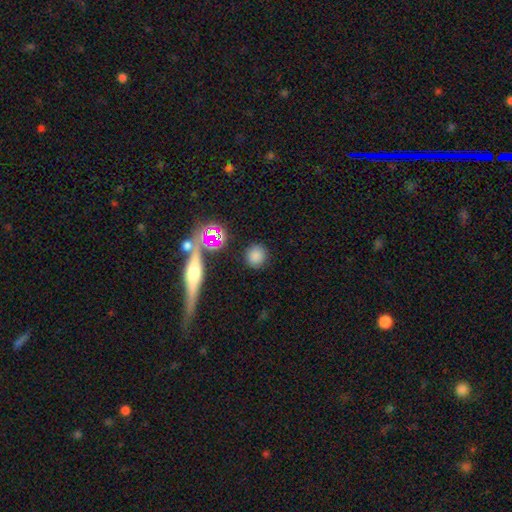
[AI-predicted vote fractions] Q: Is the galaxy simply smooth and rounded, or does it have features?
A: smooth — 78%.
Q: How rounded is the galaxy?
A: round — 89%.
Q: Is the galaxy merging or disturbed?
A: none — 86%.